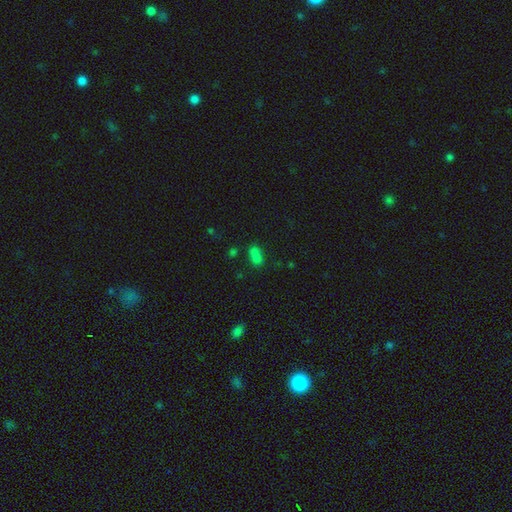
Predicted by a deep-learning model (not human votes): smooth_or_featured: smooth (p=0.69) [alt: star or artifact p=0.19]
how_rounded: in between (p=0.66) [alt: round p=0.30]
merging: merger (p=0.51) [alt: none p=0.33]